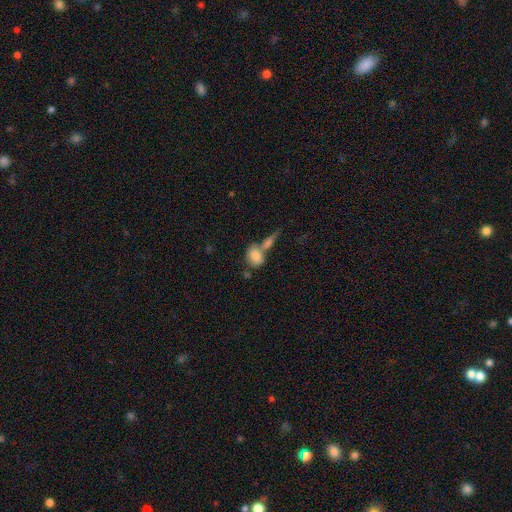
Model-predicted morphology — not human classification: Smooth or featured?
  - smooth: 75% *
  - featured or disk: 16%
  - star or artifact: 8%
How rounded?
  - in between: 66% *
  - round: 30%
  - cigar-shaped: 3%
Merging?
  - merger: 48% *
  - none: 35%
  - minor disturbance: 11%
  - major disturbance: 6%